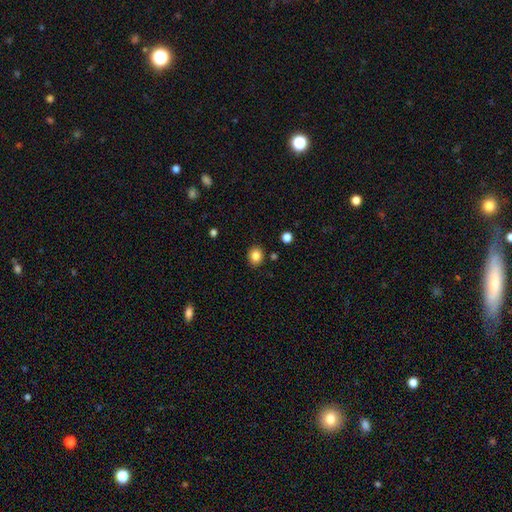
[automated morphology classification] The model was most divided on "how rounded": round: 65%, in between: 34%, cigar-shaped: 1%. More confident: merging — none (87%); smooth or featured — smooth (84%).